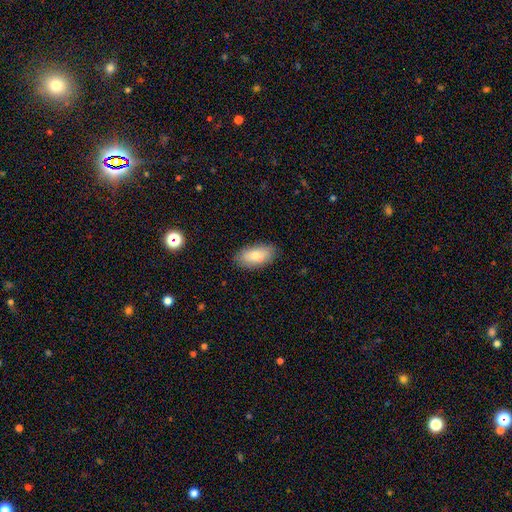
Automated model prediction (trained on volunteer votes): This is likely a smooth galaxy (78%). How rounded: clearly in between (92%). Merging: clearly none (85%).